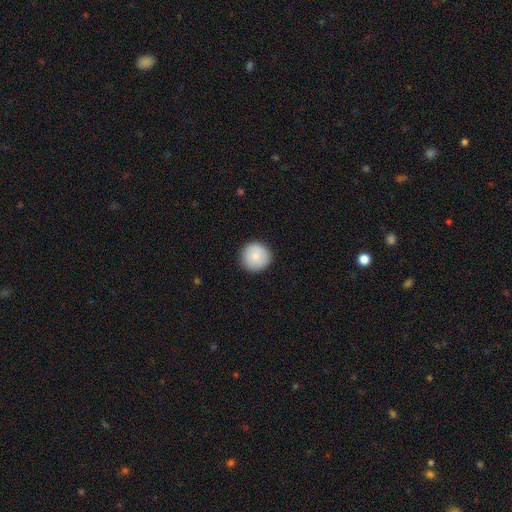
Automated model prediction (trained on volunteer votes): Smooth or featured: smooth — 85% (featured or disk — 8%)
How rounded: round — 96% (in between — 3%)
Merging: none — 91% (minor disturbance — 7%)